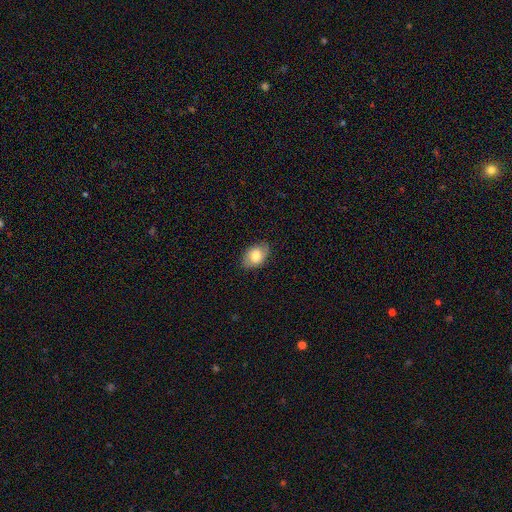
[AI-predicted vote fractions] Smooth or featured? smooth (69%)
How rounded? in between (86%)
Merging? none (81%)